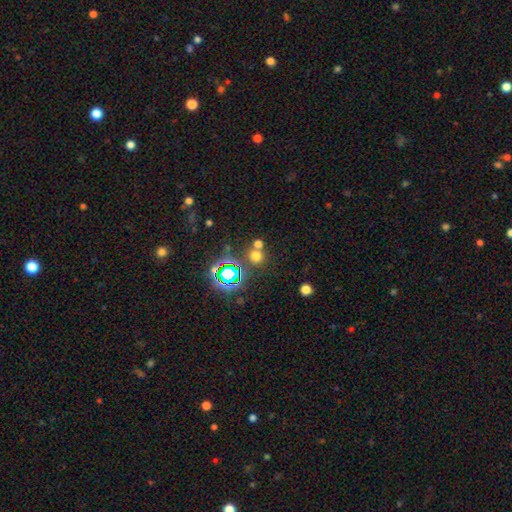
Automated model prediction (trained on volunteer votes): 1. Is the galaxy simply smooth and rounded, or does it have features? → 57% smooth, 35% star or artifact, 8% featured or disk.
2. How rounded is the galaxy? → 87% round, 12% in between, 1% cigar-shaped.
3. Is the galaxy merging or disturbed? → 62% none, 27% merger, 7% minor disturbance, 4% major disturbance.